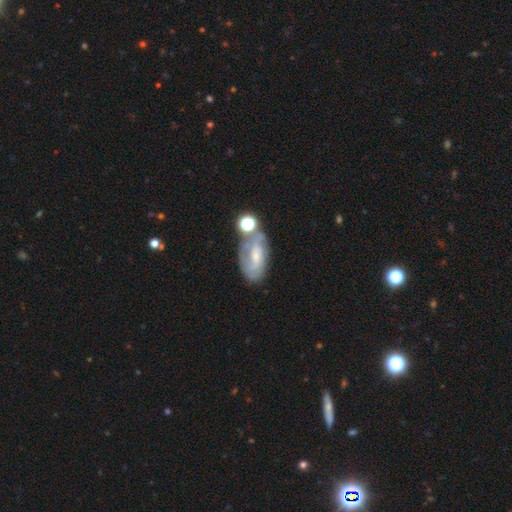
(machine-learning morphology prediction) Overall: featured or disk (62%; smooth 28%). Edge-on disk: no (93%). Bar: no (50%; weak 39%). Spiral arms: yes (73%). Bulge size: small (59%; moderate 30%). Merging: none (47%; minor disturbance 22%).